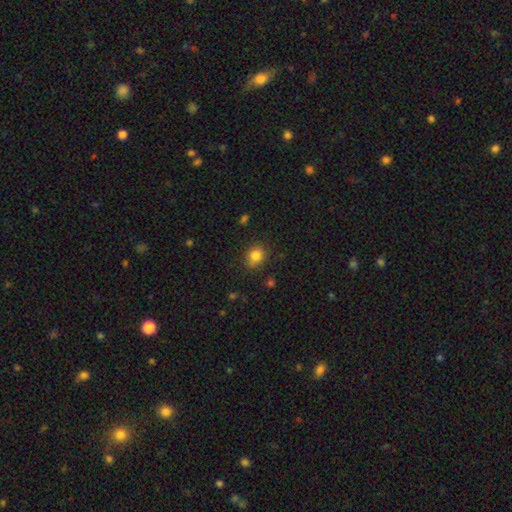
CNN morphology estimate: This is clearly a smooth galaxy (83%). How rounded: likely round (68%). Merging: likely none (79%).